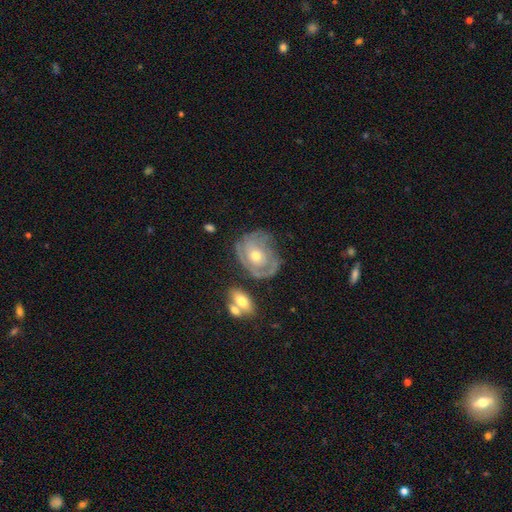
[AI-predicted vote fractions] A featured or disk galaxy (76%) with no bar (80%), tight (65%) spiral arms (82%) and a moderate central bulge (66%).

Vote fractions:
- Smooth or featured? featured or disk: 76% / smooth: 17% / star or artifact: 7%
- Edge-on disk? no: 97% / yes: 3%
- Bar? no: 80% / weak: 16% / strong: 3%
- Spiral arms? yes: 82% / no: 18%
- Spiral winding? tight: 65% / medium: 25% / loose: 9%
- Spiral arm count? can't tell: 42% / 2: 24% / 3: 16% / 1: 10% / 4: 5% / more than 4: 4%
- Bulge size? moderate: 66% / small: 28% / large: 4% / none: 1% / dominant: 1%
- Merging? none: 59% / minor disturbance: 23% / major disturbance: 13% / merger: 6%